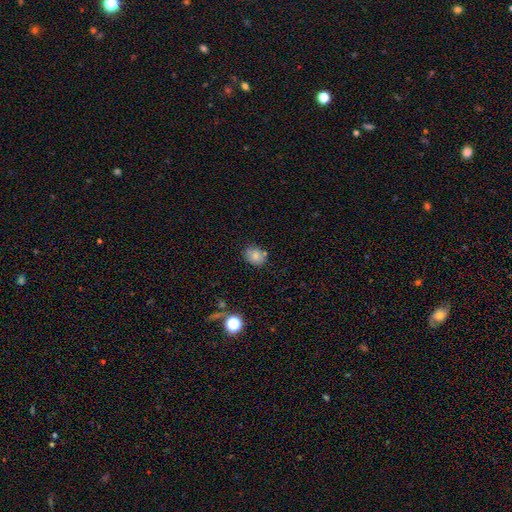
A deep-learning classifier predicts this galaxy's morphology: This is clearly a smooth galaxy (80%). How rounded: possibly in between (51%). Merging: likely none (74%).